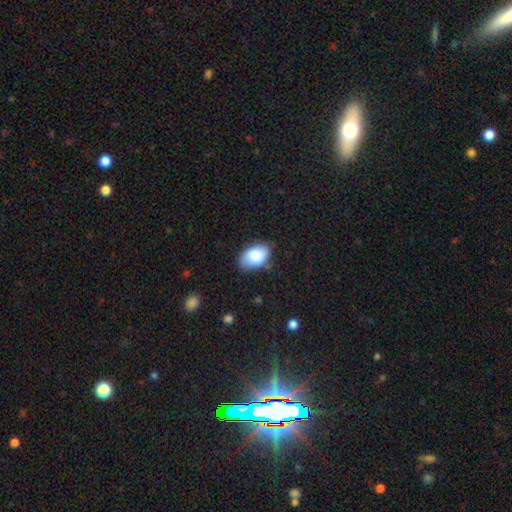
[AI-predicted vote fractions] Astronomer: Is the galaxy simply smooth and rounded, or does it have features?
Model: smooth — 84%.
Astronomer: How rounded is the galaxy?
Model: in between — 91%.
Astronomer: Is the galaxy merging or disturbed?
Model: none — 75%.